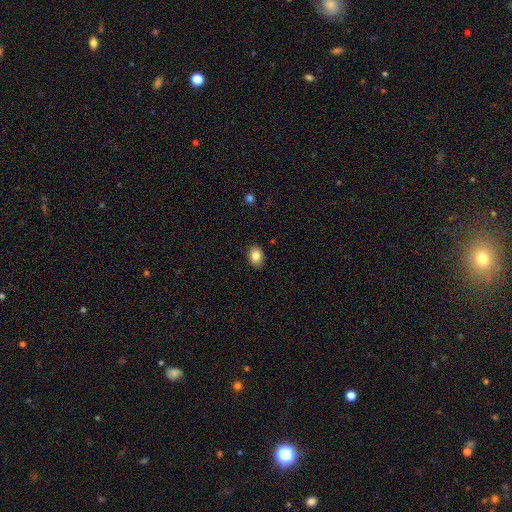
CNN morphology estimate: This is clearly a smooth galaxy (83%). How rounded: likely in between (67%). Merging: clearly none (88%).